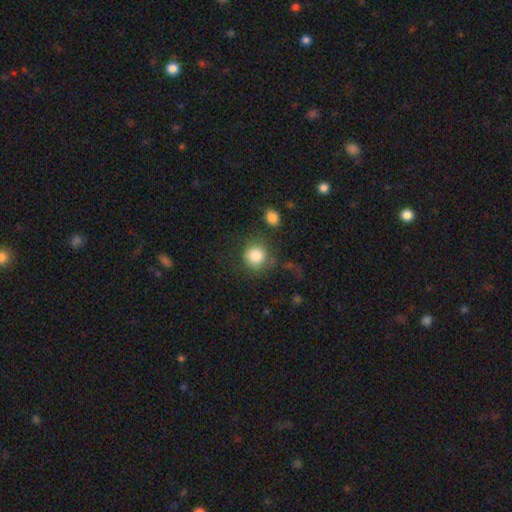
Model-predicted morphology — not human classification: smooth 83%, star or artifact 9%, featured or disk 8%. Down the decision tree: how rounded — round (88%); merging — none (69%).